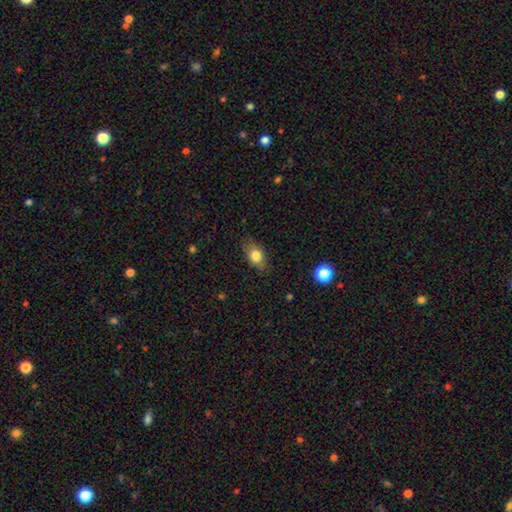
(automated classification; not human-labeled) smooth-or-featured: smooth: 78% | featured or disk: 13% | star or artifact: 9%
  how-rounded: in between: 78% | round: 17% | cigar-shaped: 5%
  merging: none: 78% | minor disturbance: 17% | major disturbance: 4% | merger: 1%